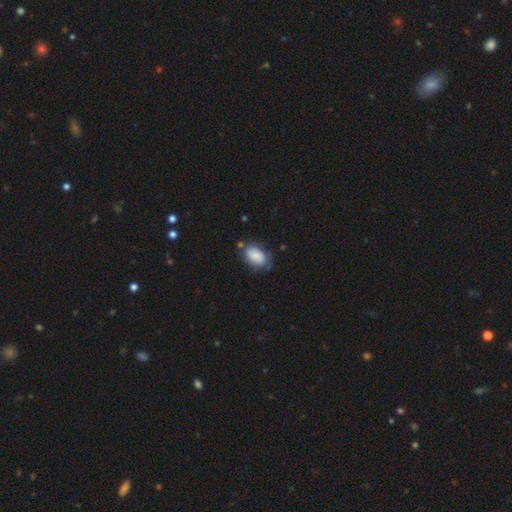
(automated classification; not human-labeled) smooth-or-featured: smooth: 83% | featured or disk: 10% | star or artifact: 7%
  how-rounded: in between: 90% | round: 9% | cigar-shaped: 1%
  merging: none: 62% | minor disturbance: 25% | major disturbance: 7% | merger: 6%